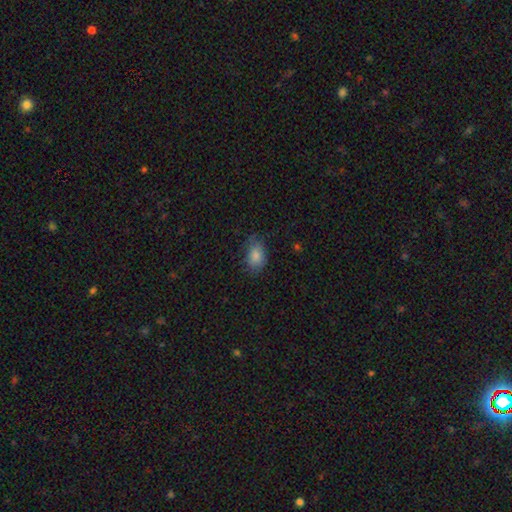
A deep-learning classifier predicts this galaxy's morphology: This appears to be a smooth galaxy with no disk features (84%) that is in between round and cigar-shaped (82%). Merging: none (67%).